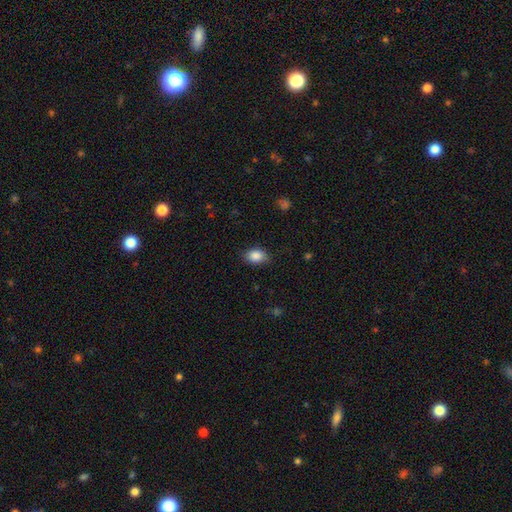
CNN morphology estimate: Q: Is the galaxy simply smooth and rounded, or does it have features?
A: smooth — 87%.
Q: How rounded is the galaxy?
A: in between — 80%.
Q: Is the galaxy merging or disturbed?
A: none — 79%.